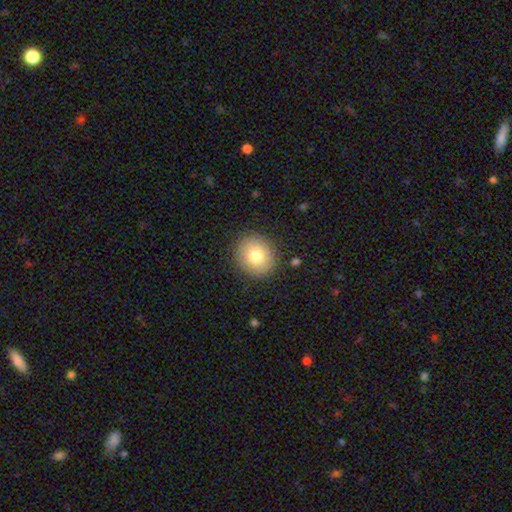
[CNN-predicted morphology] smooth 79%, featured or disk 12%, star or artifact 9%. Down the decision tree: how rounded — round (85%); merging — none (89%).